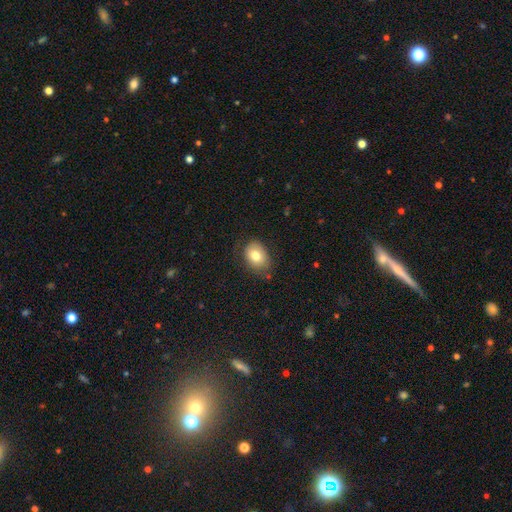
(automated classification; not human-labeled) Overall: smooth (78%). How rounded: in between (67%; round 32%). Merging: none (67%).